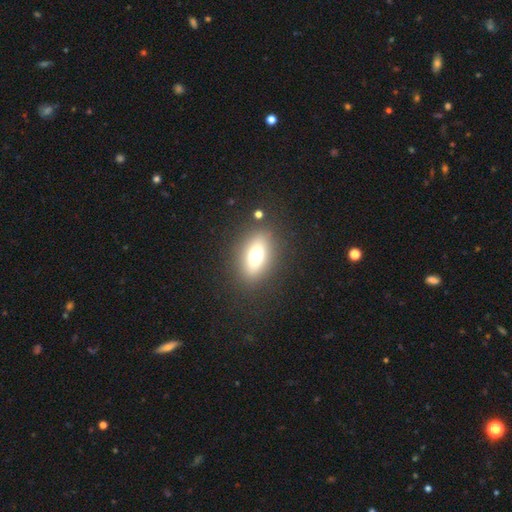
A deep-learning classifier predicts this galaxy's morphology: A smooth galaxy with no disk features (65%) that is in between round and cigar-shaped (76%). Merging: none (84%).